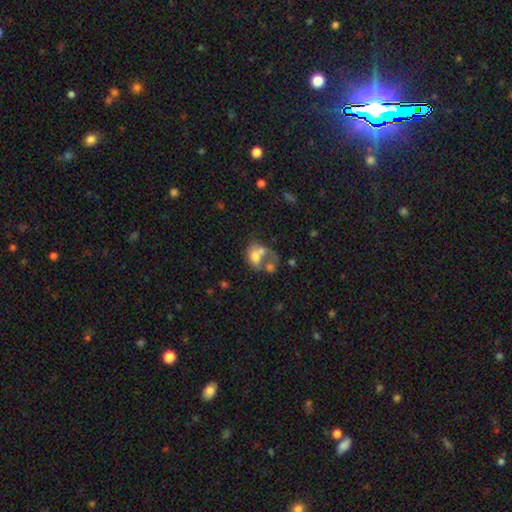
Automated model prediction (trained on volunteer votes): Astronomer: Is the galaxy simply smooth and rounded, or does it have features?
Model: smooth — 55% (runner-up: featured or disk, 34%).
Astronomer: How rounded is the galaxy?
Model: in between — 66%.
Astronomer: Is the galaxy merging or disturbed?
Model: merger — 54%.